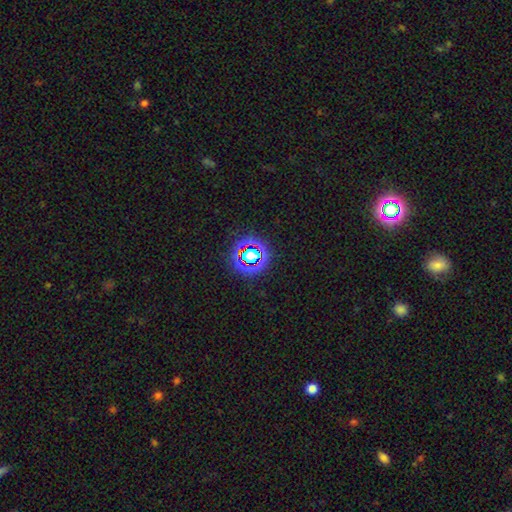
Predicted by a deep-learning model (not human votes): The model was most divided on "smooth or featured": star or artifact: 66%, smooth: 23%, featured or disk: 11%.